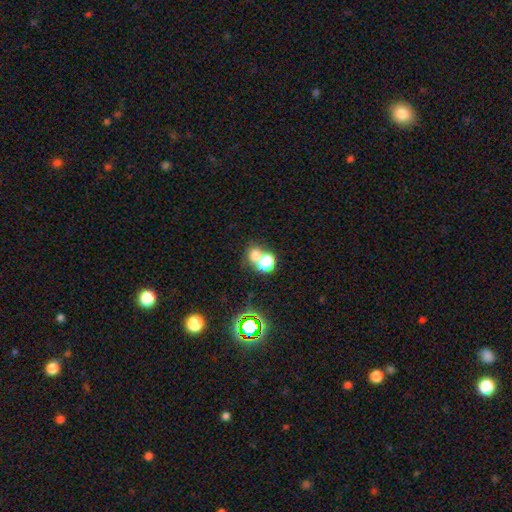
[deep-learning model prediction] smooth_or_featured: smooth (p=0.67) [alt: star or artifact p=0.22]
how_rounded: round (p=0.71) [alt: in between p=0.28]
merging: merger (p=0.47) [alt: none p=0.43]